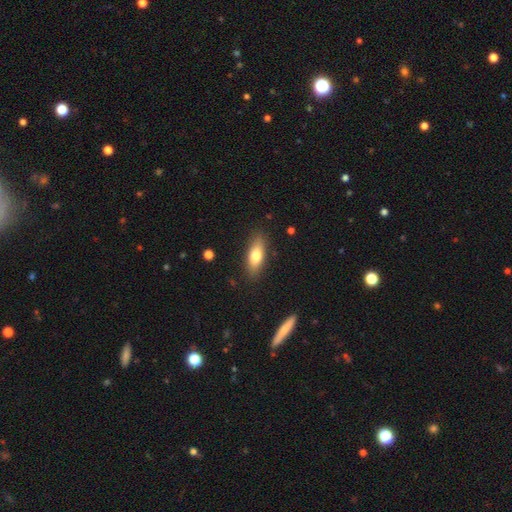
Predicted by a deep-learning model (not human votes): Smooth or featured?
  - smooth: 74% *
  - featured or disk: 19%
  - star or artifact: 6%
How rounded?
  - in between: 68% *
  - cigar-shaped: 30%
  - round: 3%
Merging?
  - none: 85% *
  - minor disturbance: 11%
  - major disturbance: 3%
  - merger: 2%